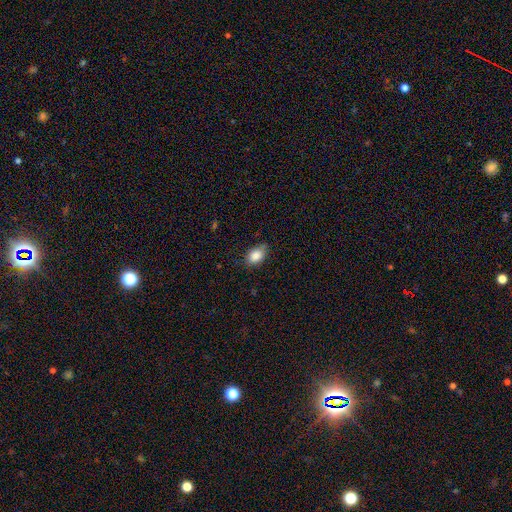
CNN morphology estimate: A smooth galaxy with no disk features (86%) that is in between round and cigar-shaped (84%). Merging: none (74%).